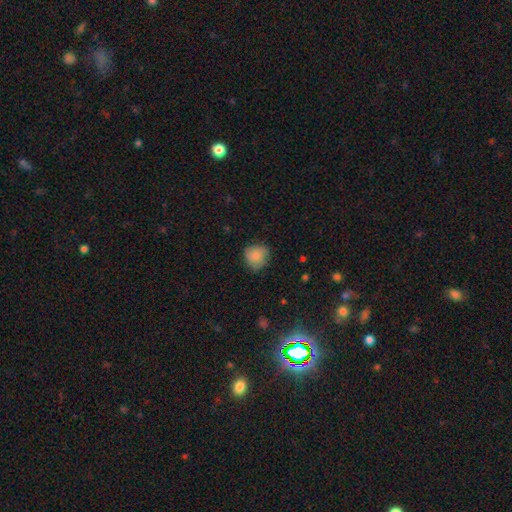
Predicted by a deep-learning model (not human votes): Morphology: type=smooth (81%); roundness=round (83%); merging=none (69%).